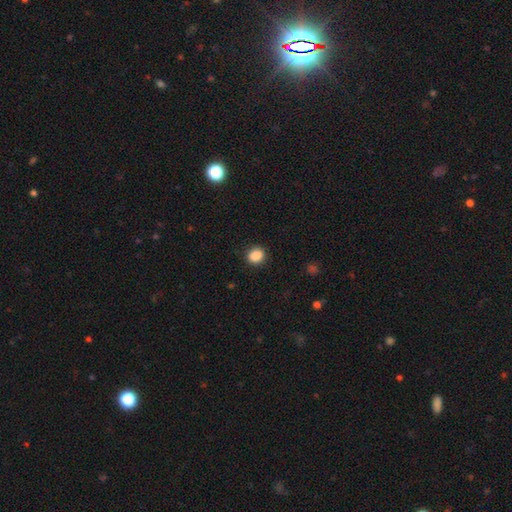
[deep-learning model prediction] A smooth galaxy with no disk features (88%) that is round (61%). Merging: none (88%).